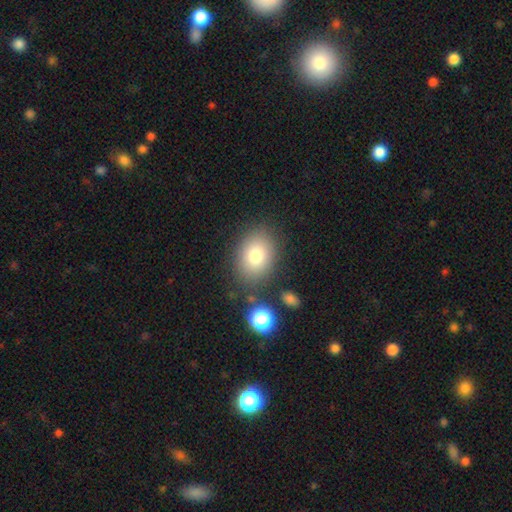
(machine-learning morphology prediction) Smooth or featured? Predicted: smooth (p=0.78). How rounded? Predicted: in between (p=0.62). Merging? Predicted: none (p=0.81).